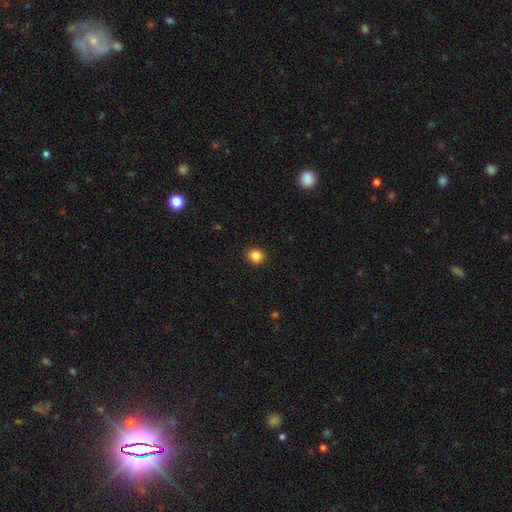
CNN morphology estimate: A smooth galaxy with no disk features (86%) that is round (75%).

Vote fractions:
- Smooth or featured? smooth: 86% / star or artifact: 11% / featured or disk: 4%
- How rounded? round: 75% / in between: 24% / cigar-shaped: 1%
- Merging? none: 89% / minor disturbance: 8% / major disturbance: 2% / merger: 1%